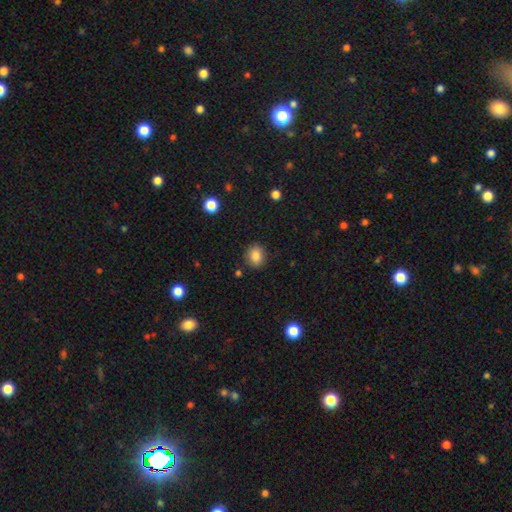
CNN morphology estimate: Smooth or featured? smooth (85%)
How rounded? round (63%)
Merging? none (87%)